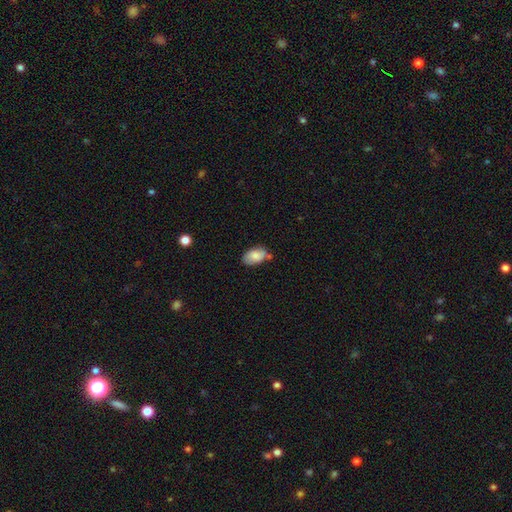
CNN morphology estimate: The model was most divided on "merging": none: 64%, minor disturbance: 23%, merger: 8%, major disturbance: 4%. More confident: how rounded — in between (92%); smooth or featured — smooth (80%).